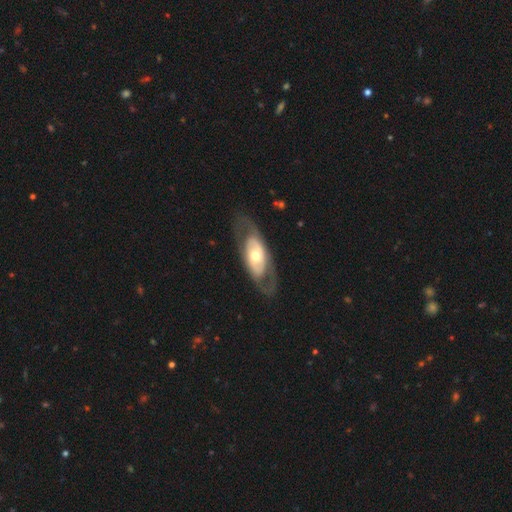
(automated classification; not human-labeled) Q: Smooth or featured?
A: featured or disk (65%); runner-up: smooth (30%)
Q: Edge-on disk?
A: no (85%); runner-up: yes (15%)
Q: Bar?
A: no (78%); runner-up: weak (15%)
Q: Spiral arms?
A: no (67%); runner-up: yes (33%)
Q: Bulge size?
A: moderate (64%); runner-up: small (22%)
Q: Merging?
A: none (74%); runner-up: minor disturbance (14%)